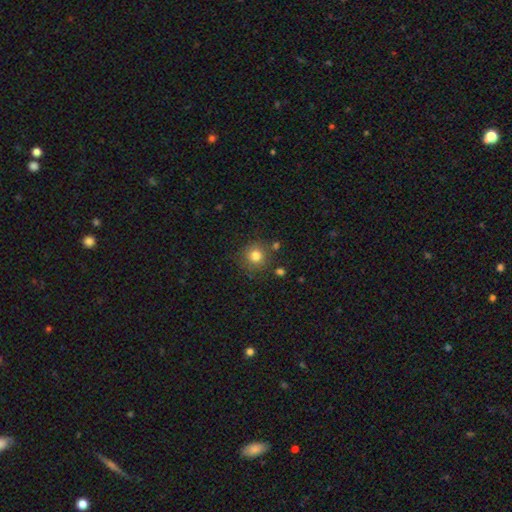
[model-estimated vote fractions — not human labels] The model was most divided on "smooth or featured": smooth: 80%, star or artifact: 13%, featured or disk: 7%. More confident: how rounded — round (92%); merging — none (82%).